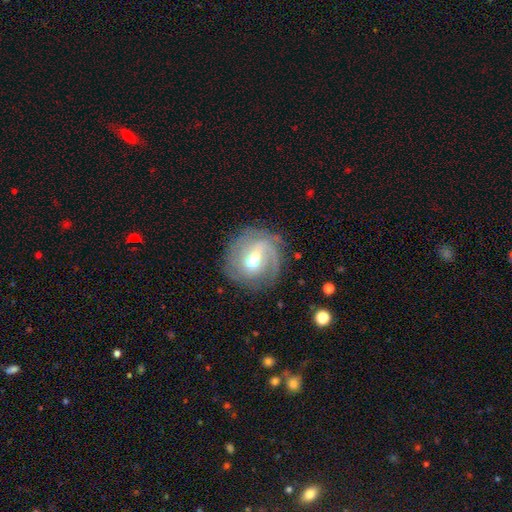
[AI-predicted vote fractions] A featured or disk galaxy (76%) with a weak bar (50%), 2 (33%) tight (49%) spiral arms (88%) and a moderate central bulge (68%). Merging: none (70%).